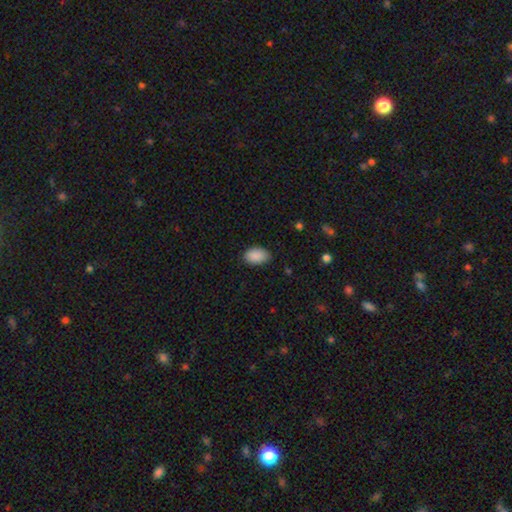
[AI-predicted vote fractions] The model was most divided on "merging": none: 82%, minor disturbance: 14%, major disturbance: 3%, merger: 1%. More confident: how rounded — in between (92%); smooth or featured — smooth (90%).